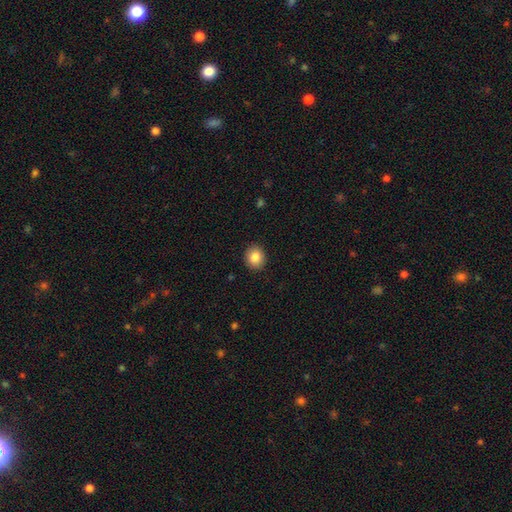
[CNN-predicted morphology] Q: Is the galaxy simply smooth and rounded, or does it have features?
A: smooth — 85%.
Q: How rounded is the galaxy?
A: round — 76%.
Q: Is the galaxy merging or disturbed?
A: none — 91%.